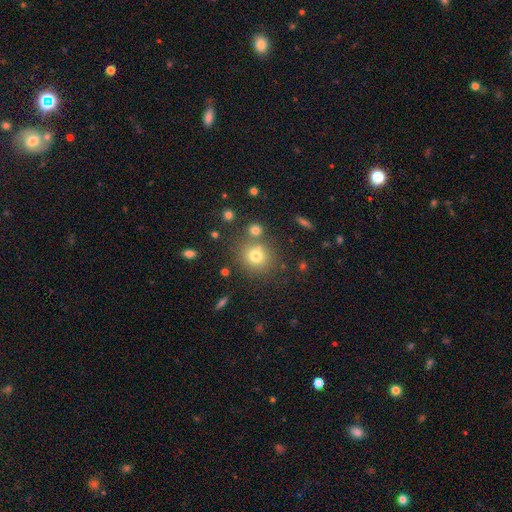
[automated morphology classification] Smooth or featured? smooth (74%)
How rounded? round (83%)
Merging? none (72%)